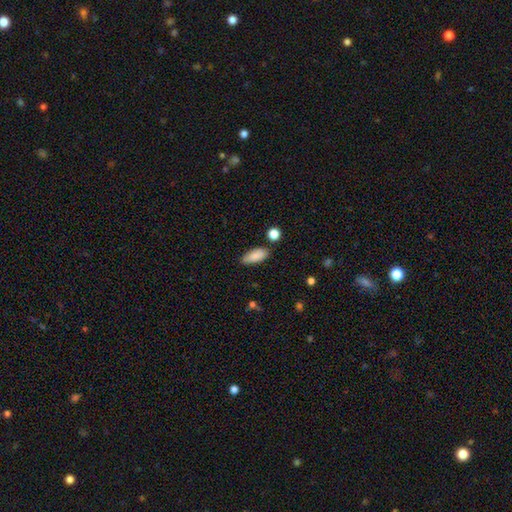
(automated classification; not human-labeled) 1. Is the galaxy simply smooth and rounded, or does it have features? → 85% smooth, 9% featured or disk, 7% star or artifact.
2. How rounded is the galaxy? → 83% in between, 14% cigar-shaped, 2% round.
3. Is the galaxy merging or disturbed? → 81% none, 14% minor disturbance, 3% merger, 3% major disturbance.